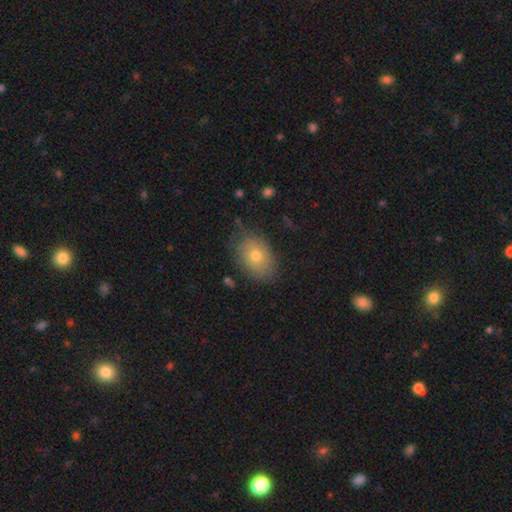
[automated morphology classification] A smooth galaxy with no disk features (70%) that is in between round and cigar-shaped (75%). Merging: none (75%).